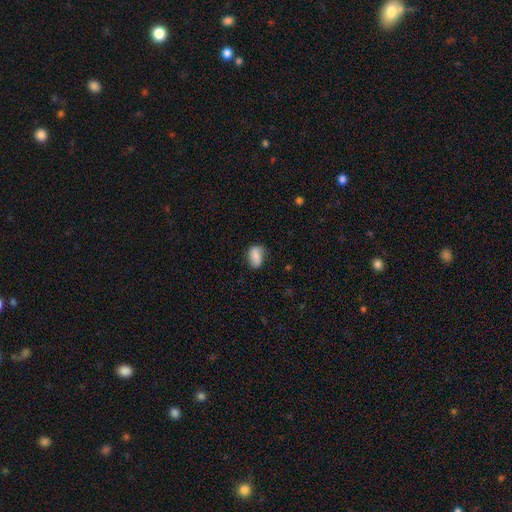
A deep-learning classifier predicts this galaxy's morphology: This appears to be a smooth galaxy with no disk features (77%) that is in between round and cigar-shaped (84%). Merging: none (67%).